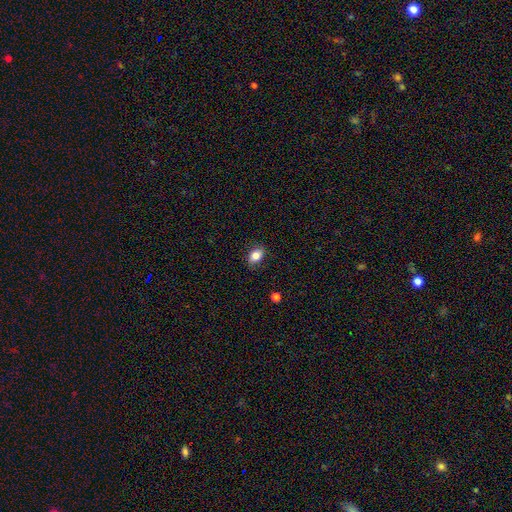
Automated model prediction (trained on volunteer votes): Smooth or featured? smooth (83%)
How rounded? in between (82%)
Merging? none (85%)